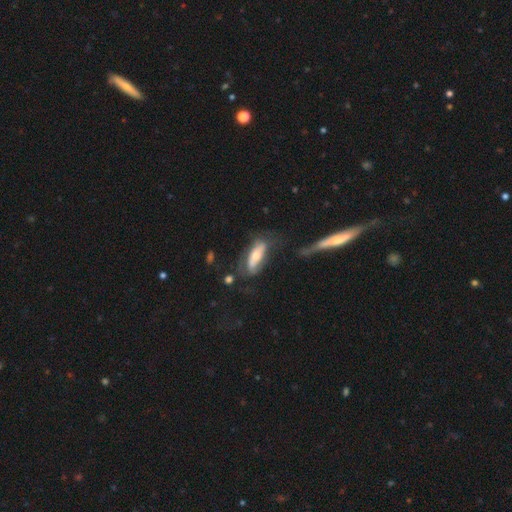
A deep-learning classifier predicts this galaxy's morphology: The model was most divided on "smooth or featured": featured or disk: 50%, smooth: 43%, star or artifact: 7%. Remaining: merging — none (40%).